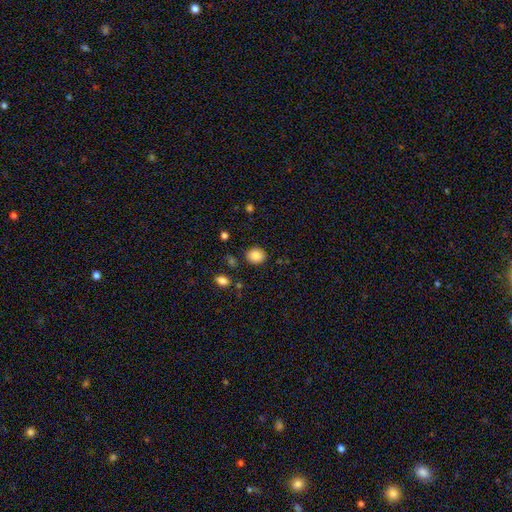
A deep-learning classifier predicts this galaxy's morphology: smooth_or_featured: smooth (p=0.85) [alt: star or artifact p=0.09]
how_rounded: round (p=0.70) [alt: in between p=0.29]
merging: none (p=0.86) [alt: minor disturbance p=0.09]